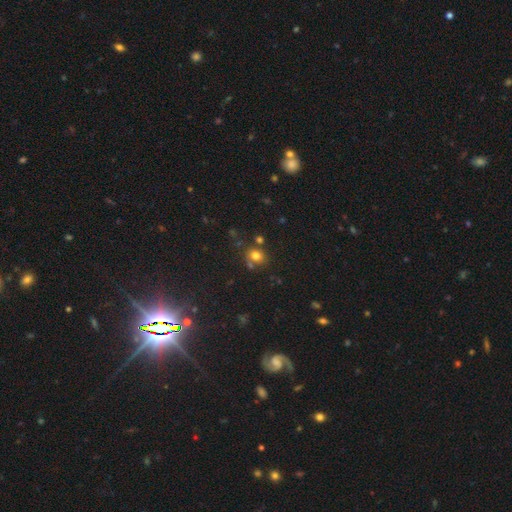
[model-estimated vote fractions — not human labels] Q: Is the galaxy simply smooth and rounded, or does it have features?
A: smooth — 77%.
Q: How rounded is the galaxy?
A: round — 68%.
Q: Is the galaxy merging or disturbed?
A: none — 69%.